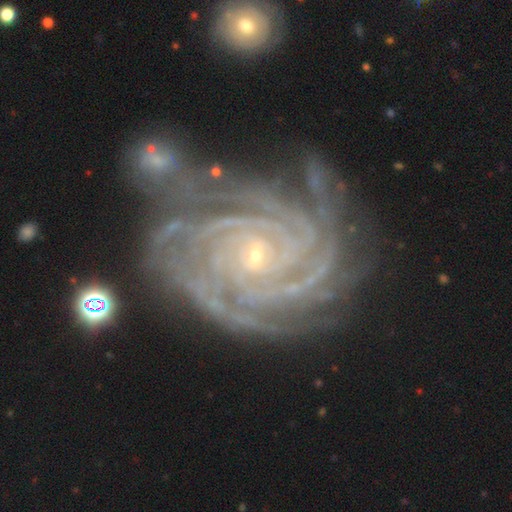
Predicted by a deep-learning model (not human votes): Overall: featured or disk (93%). Edge-on disk: no (98%). Bar: no (64%). Spiral arms: yes (99%). Spiral arm count: 4 (31%; more than 4 22%). Spiral winding: tight (86%). Bulge size: small (80%). Merging: none (56%; minor disturbance 22%).